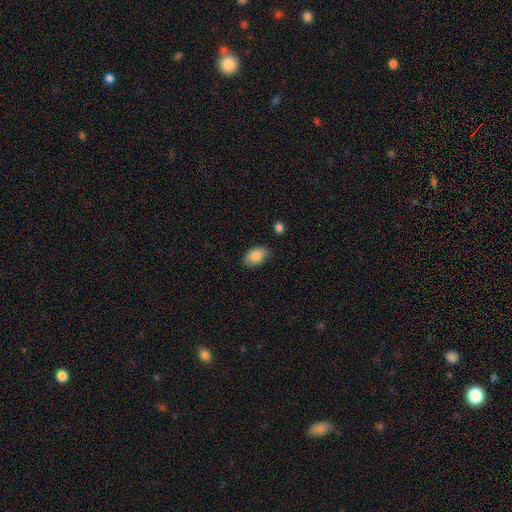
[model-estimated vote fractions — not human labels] Smooth or featured?
  - smooth: 86% *
  - star or artifact: 7%
  - featured or disk: 7%
How rounded?
  - in between: 92% *
  - round: 7%
  - cigar-shaped: 1%
Merging?
  - none: 81% *
  - minor disturbance: 15%
  - major disturbance: 3%
  - merger: 2%